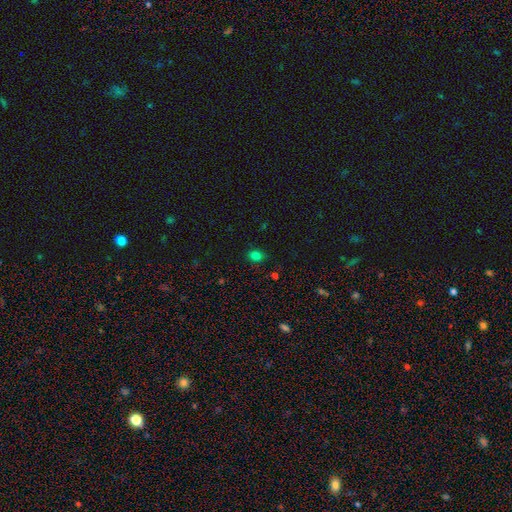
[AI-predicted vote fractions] Smooth or featured?
  - smooth: 78% *
  - star or artifact: 18%
  - featured or disk: 4%
How rounded?
  - round: 53% *
  - in between: 46%
  - cigar-shaped: 1%
Merging?
  - none: 86% *
  - minor disturbance: 10%
  - major disturbance: 3%
  - merger: 1%